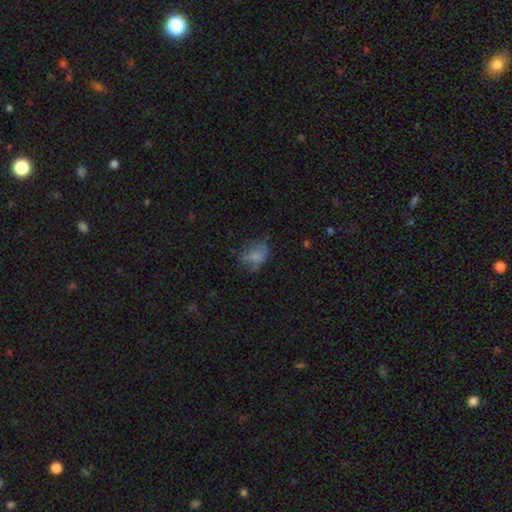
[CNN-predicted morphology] This appears to be a smooth galaxy with no disk features (63%) that is in between round and cigar-shaped (69%). Merging: none (51%).